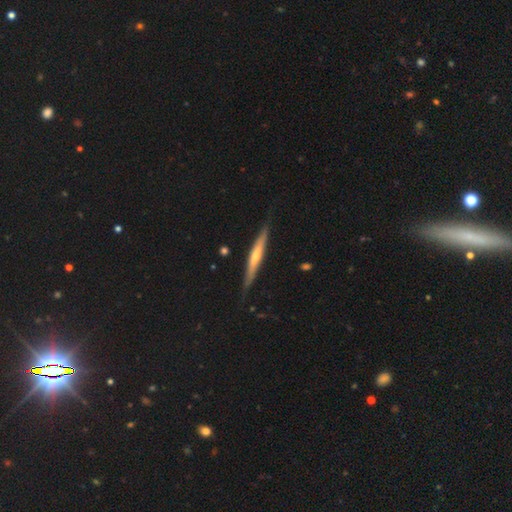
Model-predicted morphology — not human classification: This is possibly a featured or disk galaxy (58%). It is clearly viewed edge-on (94%). Edge-on bulge: possibly rounded (55%). Merging: clearly none (82%).